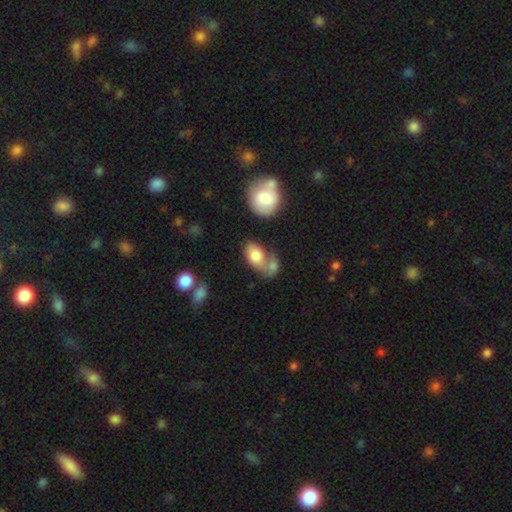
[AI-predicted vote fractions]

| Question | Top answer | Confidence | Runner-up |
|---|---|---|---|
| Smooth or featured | smooth | 76% | featured or disk (16%) |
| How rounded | in between | 85% | round (13%) |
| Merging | merger | 48% | none (28%) |